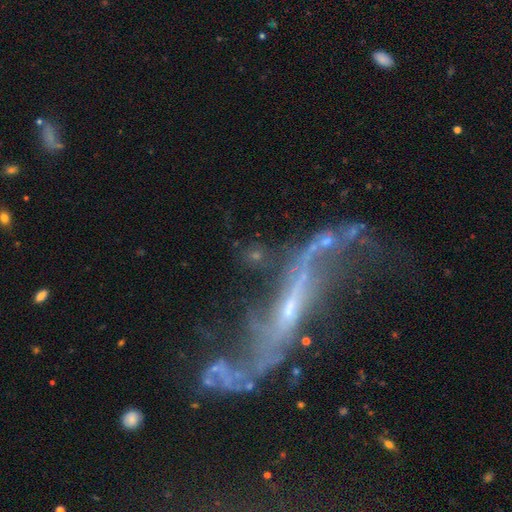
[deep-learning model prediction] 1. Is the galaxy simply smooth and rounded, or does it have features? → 56% featured or disk, 24% smooth, 20% star or artifact.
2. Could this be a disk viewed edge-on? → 65% no, 35% yes.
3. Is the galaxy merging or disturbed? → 41% none, 23% major disturbance, 19% merger, 16% minor disturbance.